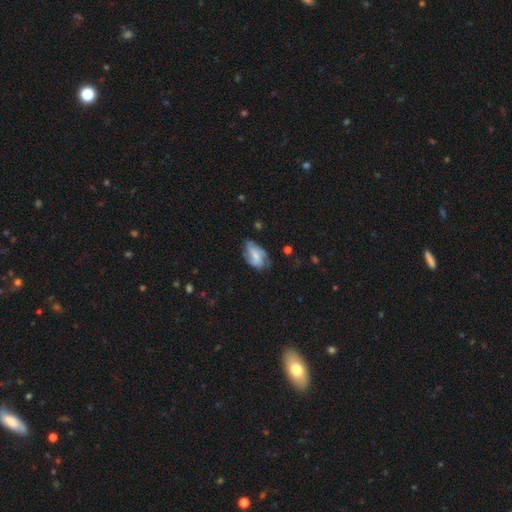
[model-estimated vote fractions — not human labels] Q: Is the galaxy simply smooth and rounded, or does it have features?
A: featured or disk — 59%.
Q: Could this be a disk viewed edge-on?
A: no — 95%.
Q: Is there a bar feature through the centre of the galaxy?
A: no — 42%.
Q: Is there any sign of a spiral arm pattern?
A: yes — 86%.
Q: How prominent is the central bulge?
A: small — 37%.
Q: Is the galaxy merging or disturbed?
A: none — 56%.